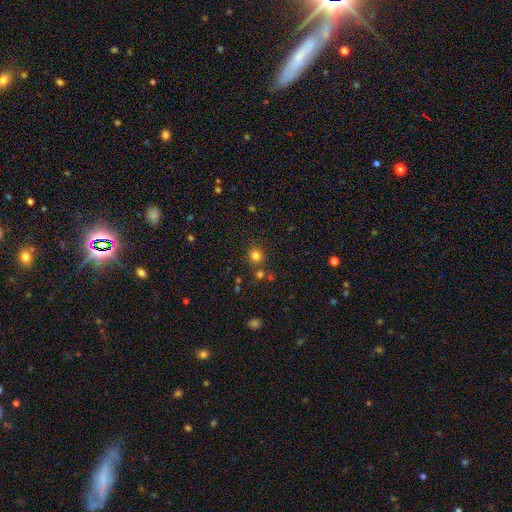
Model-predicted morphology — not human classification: smooth-or-featured: smooth: 79% | star or artifact: 16% | featured or disk: 5%
  how-rounded: round: 92% | in between: 7% | cigar-shaped: 1%
  merging: none: 80% | merger: 9% | minor disturbance: 8% | major disturbance: 3%